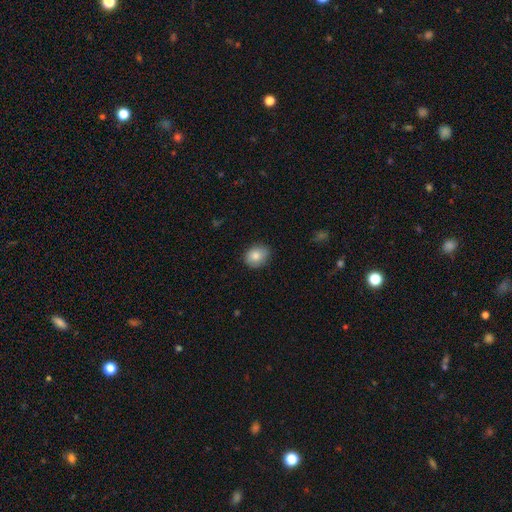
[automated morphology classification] Smooth or featured? smooth (83%)
How rounded? round (55%)
Merging? none (82%)